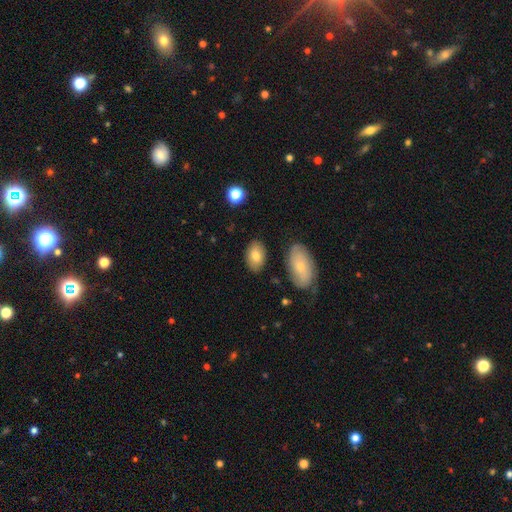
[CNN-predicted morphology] smooth-or-featured: smooth: 76% | featured or disk: 16% | star or artifact: 7%
  how-rounded: in between: 90% | round: 9% | cigar-shaped: 1%
  merging: none: 82% | minor disturbance: 11% | merger: 4% | major disturbance: 3%